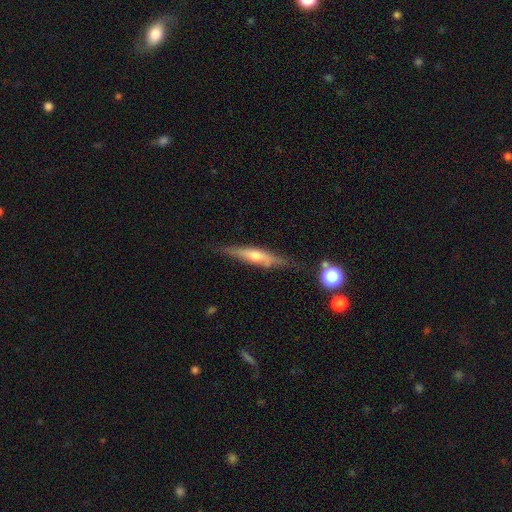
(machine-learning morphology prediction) This appears to be a featured or disk galaxy (57%) viewed edge-on (91%) with a rounded central bulge (73%). Merging: none (76%).